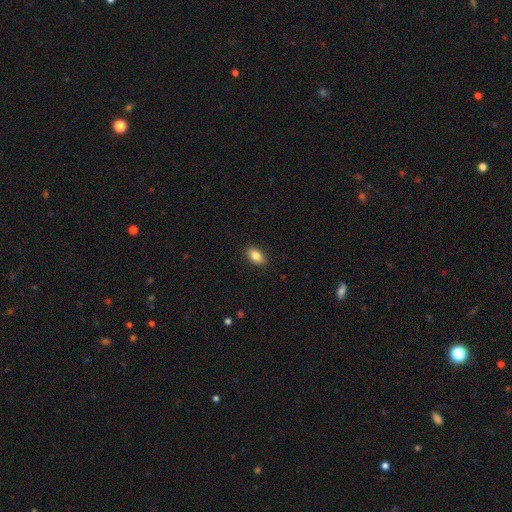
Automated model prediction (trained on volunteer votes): This is clearly a smooth galaxy (85%). How rounded: clearly in between (90%). Merging: clearly none (89%).